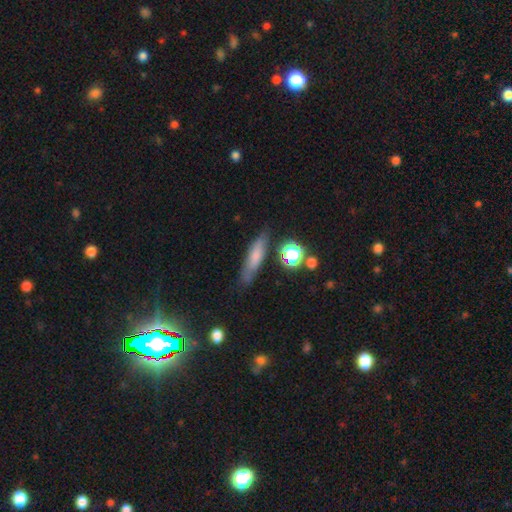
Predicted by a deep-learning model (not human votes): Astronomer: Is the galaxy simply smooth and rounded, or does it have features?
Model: smooth — 65%.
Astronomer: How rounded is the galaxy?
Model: cigar-shaped — 69%.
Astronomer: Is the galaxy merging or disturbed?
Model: none — 72%.